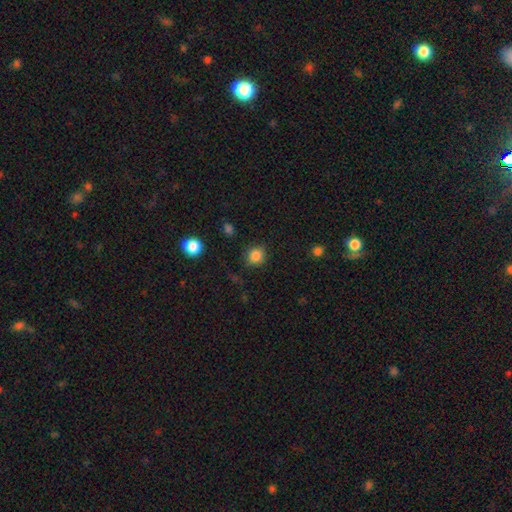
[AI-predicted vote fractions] This is clearly a smooth galaxy (85%). How rounded: clearly round (82%). Merging: clearly none (85%).